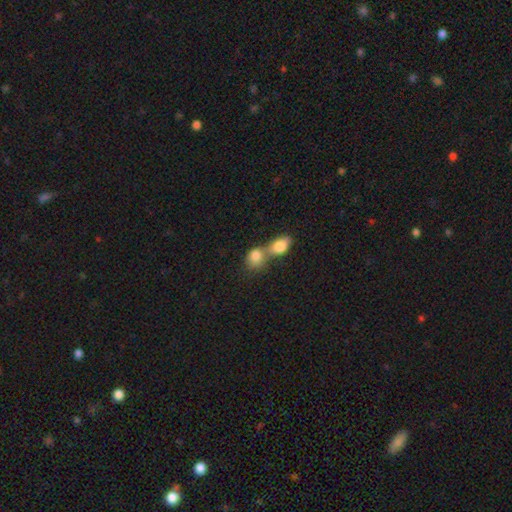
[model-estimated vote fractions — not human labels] Smooth or featured? Predicted: smooth (p=0.81). How rounded? Predicted: in between (p=0.55). Merging? Predicted: merger (p=0.70).